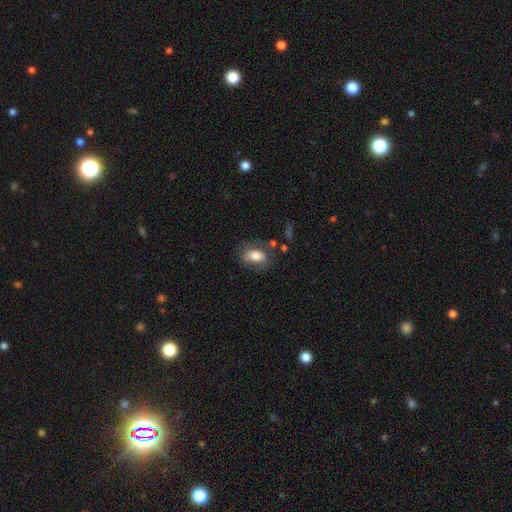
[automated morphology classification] smooth 75%, featured or disk 18%, star or artifact 8%. Down the decision tree: how rounded — in between (85%); merging — none (63%).